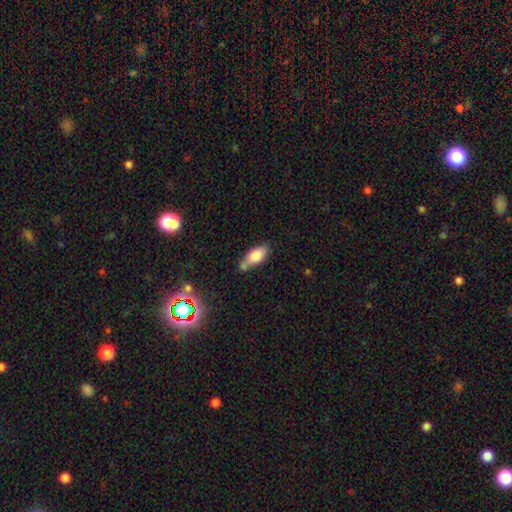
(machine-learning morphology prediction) Overall: smooth (74%). How rounded: in between (83%). Merging: none (49%; minor disturbance 24%).